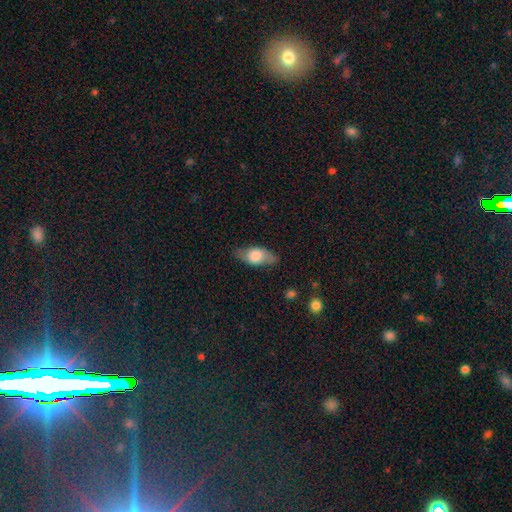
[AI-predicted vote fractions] A smooth galaxy with no disk features (62%) that is in between round and cigar-shaped (80%). Merging: none (73%).